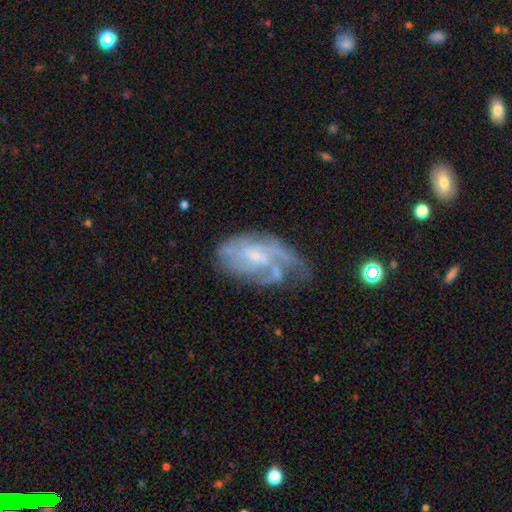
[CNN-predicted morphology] smooth-or-featured: featured or disk: 77% | smooth: 16% | star or artifact: 7%
  disk-edge-on: no: 96% | yes: 4%
    bar: no: 56% | weak: 38% | strong: 6%
    has-spiral-arms: yes: 84% | no: 16%
      spiral-winding: medium: 40% | tight: 39% | loose: 21%
      spiral-arm-count: can't tell: 42% | 2: 18% | 3: 17% | 1: 9% | 4: 9% | more than 4: 5%
    bulge-size: small: 64% | moderate: 22% | none: 11% | large: 2% | dominant: 1%
  merging: none: 42% | minor disturbance: 28% | major disturbance: 25% | merger: 5%